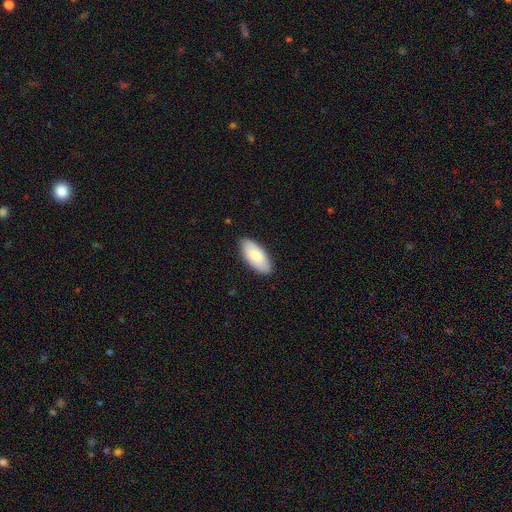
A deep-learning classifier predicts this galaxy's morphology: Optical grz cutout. It shows a smooth galaxy with no disk features (82%) that is in between round and cigar-shaped (90%). Merging: none (87%).